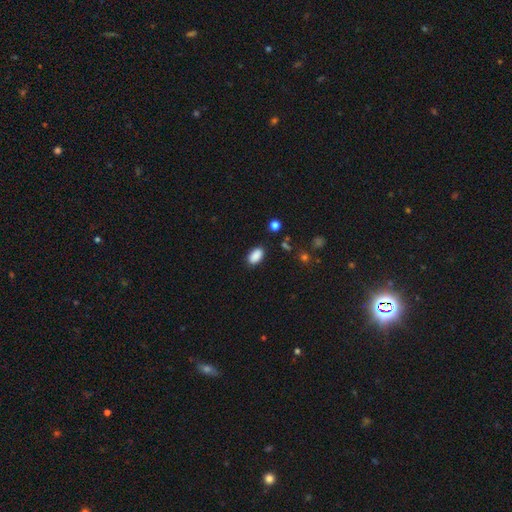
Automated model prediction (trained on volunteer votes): Smooth or featured: smooth — 88% (star or artifact — 8%)
How rounded: in between — 92% (round — 5%)
Merging: none — 85% (minor disturbance — 11%)